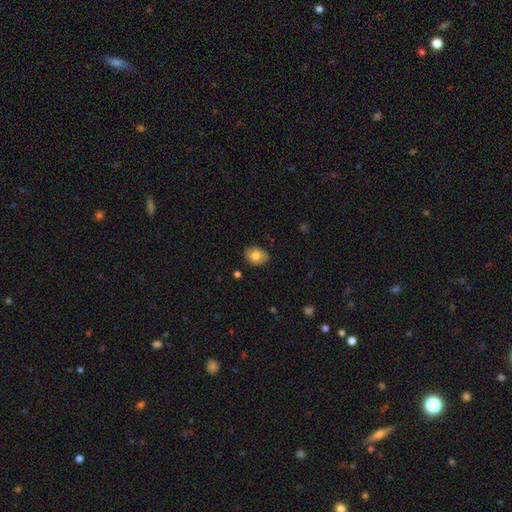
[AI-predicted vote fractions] Smooth or featured? smooth (74%)
How rounded? in between (56%)
Merging? none (82%)